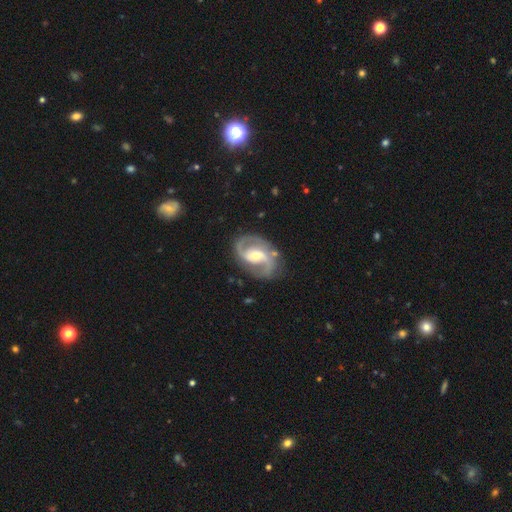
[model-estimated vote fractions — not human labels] Overall: featured or disk (90%). Edge-on disk: no (98%). Bar: weak (43%; no 36%). Spiral arms: yes (97%). Spiral arm count: 2 (92%). Spiral winding: medium (58%; loose 22%). Bulge size: moderate (58%; small 36%). Merging: none (79%).